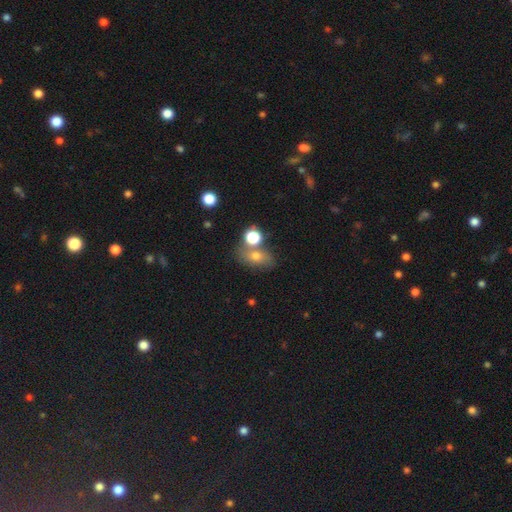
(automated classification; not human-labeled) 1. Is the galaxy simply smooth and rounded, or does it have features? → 68% smooth, 17% featured or disk, 16% star or artifact.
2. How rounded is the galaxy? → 67% in between, 30% round, 3% cigar-shaped.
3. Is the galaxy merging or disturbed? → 55% none, 23% merger, 15% minor disturbance, 7% major disturbance.